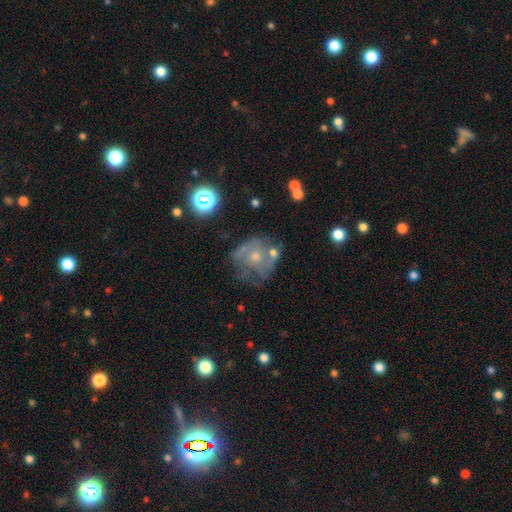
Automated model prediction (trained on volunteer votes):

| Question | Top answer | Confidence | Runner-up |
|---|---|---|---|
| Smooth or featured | featured or disk | 57% | smooth (27%) |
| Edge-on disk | no | 96% | yes (4%) |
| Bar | no | 81% | weak (16%) |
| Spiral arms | yes | 55% | no (45%) |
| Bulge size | moderate | 49% | small (41%) |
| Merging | none | 51% | minor disturbance (21%) |